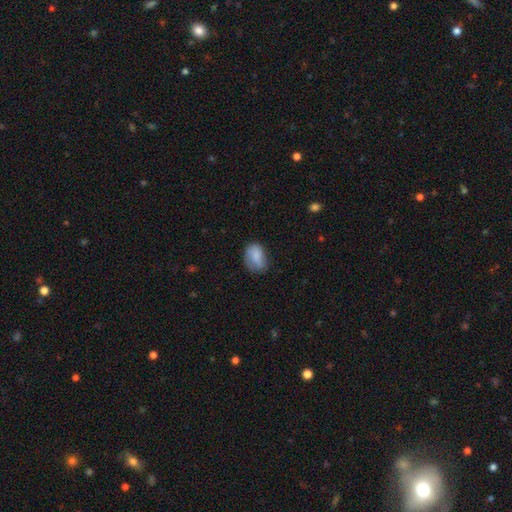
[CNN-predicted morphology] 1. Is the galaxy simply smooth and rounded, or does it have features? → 78% smooth, 14% featured or disk, 8% star or artifact.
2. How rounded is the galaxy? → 79% in between, 20% round, 1% cigar-shaped.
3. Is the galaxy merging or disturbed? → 51% none, 34% minor disturbance, 13% major disturbance, 2% merger.